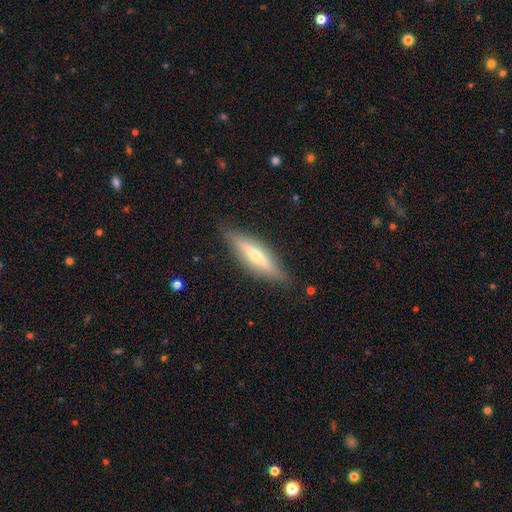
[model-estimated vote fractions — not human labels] Morphology: type=featured or disk (59%); edge-on=yes (92%); edge-on bulge=rounded (78%); merging=none (86%).